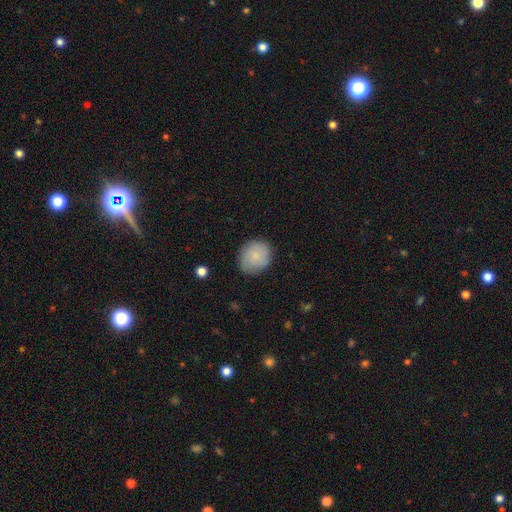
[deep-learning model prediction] This is clearly a smooth galaxy (81%). How rounded: likely round (71%). Merging: likely none (79%).